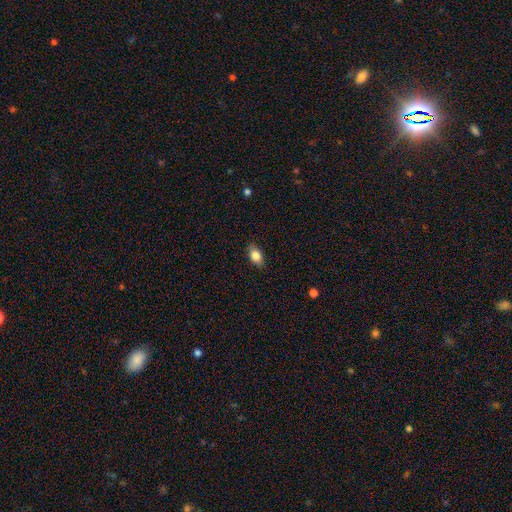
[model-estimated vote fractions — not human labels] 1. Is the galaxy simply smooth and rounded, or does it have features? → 83% smooth, 9% featured or disk, 8% star or artifact.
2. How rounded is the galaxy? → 85% in between, 11% round, 4% cigar-shaped.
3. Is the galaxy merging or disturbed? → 85% none, 12% minor disturbance, 2% major disturbance, 1% merger.